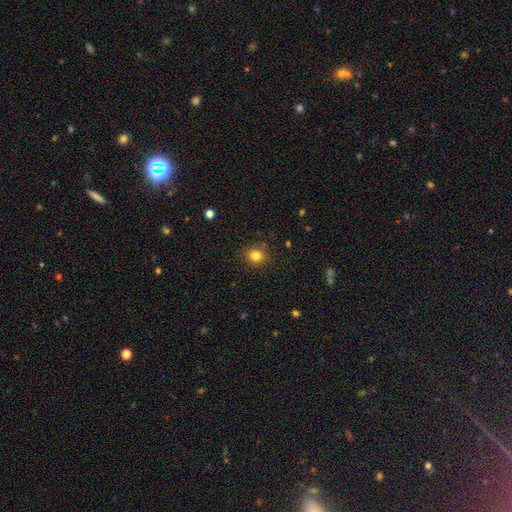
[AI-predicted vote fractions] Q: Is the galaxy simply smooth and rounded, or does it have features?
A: smooth — 82%.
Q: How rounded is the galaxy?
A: round — 75%.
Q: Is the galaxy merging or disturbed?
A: none — 88%.